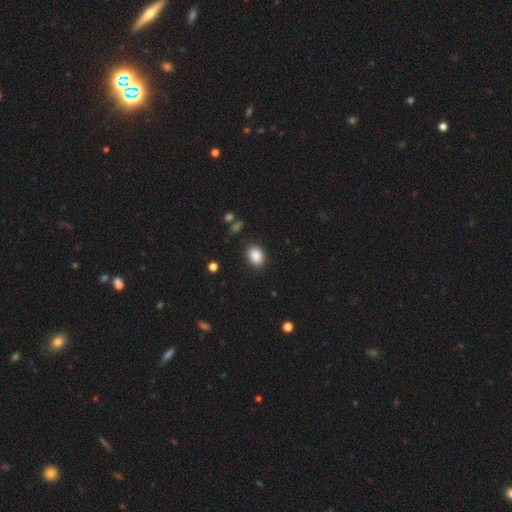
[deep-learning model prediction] Smooth or featured? Predicted: smooth (p=0.88). How rounded? Predicted: in between (p=0.59). Merging? Predicted: none (p=0.87).